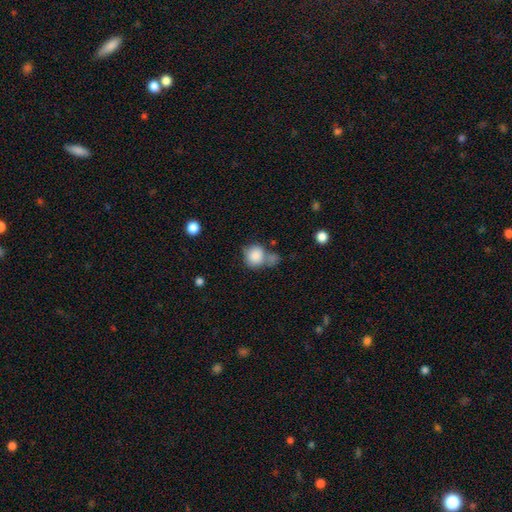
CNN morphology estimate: The model was most divided on "merging": none: 39%, merger: 34%, minor disturbance: 18%, major disturbance: 10%. More confident: smooth or featured — smooth (85%); how rounded — round (81%).